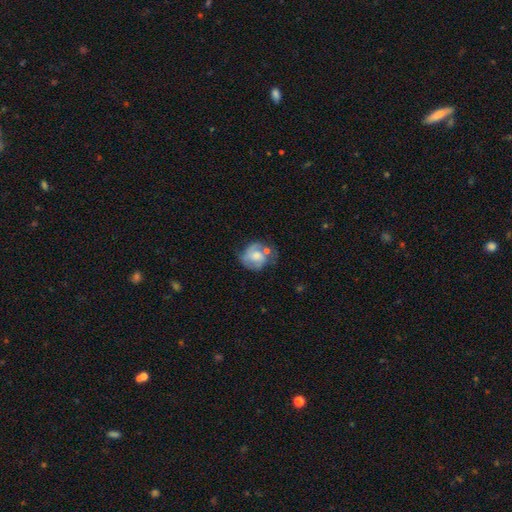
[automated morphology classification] smooth_or_featured: featured or disk (p=0.56) [alt: smooth p=0.37]
disk_edge_on: no (p=0.98) [alt: yes p=0.02]
bar: no (p=0.68) [alt: weak p=0.27]
has_spiral_arms: yes (p=0.78) [alt: no p=0.22]
bulge_size: moderate (p=0.53) [alt: small p=0.25]
merging: none (p=0.43) [alt: minor disturbance p=0.26]